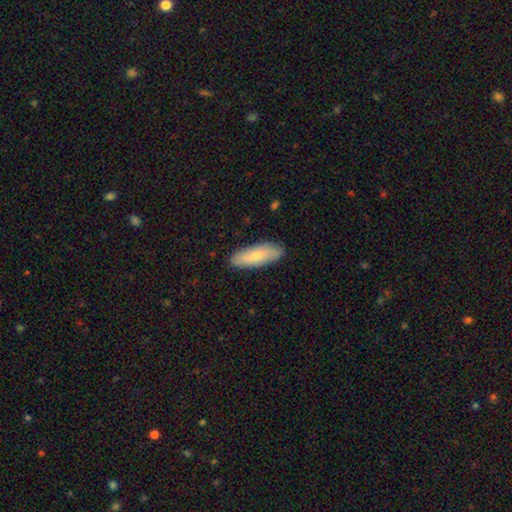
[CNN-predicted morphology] A smooth galaxy with no disk features (70%) that is in between round and cigar-shaped (63%). Merging: none (87%).